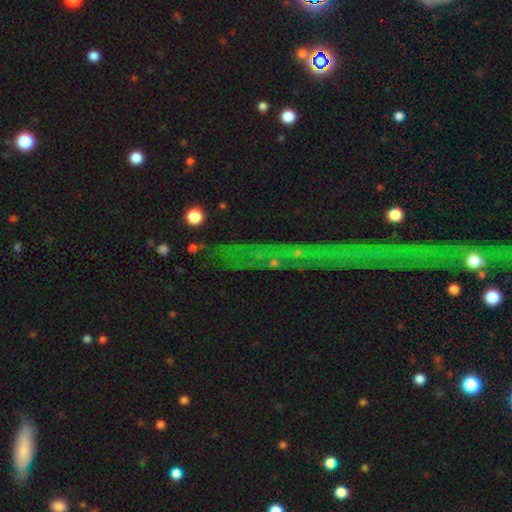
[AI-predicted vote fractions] star or artifact 80%, featured or disk 11%, smooth 9%.